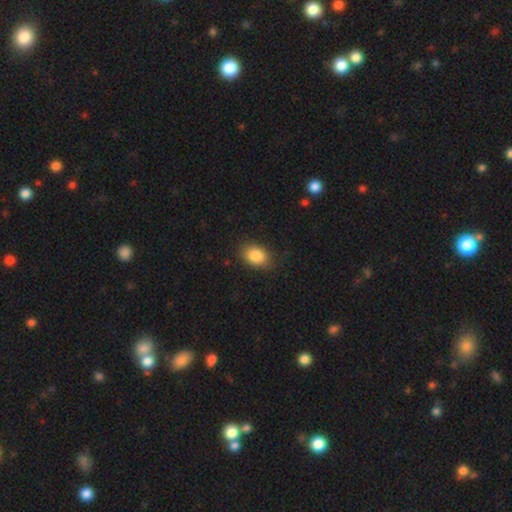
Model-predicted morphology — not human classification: A smooth galaxy with no disk features (87%) that is in between round and cigar-shaped (75%). Merging: none (84%).